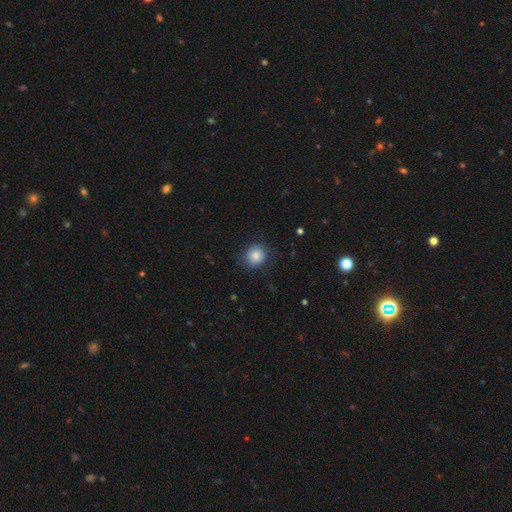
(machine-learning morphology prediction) A smooth galaxy with no disk features (84%) that is round (87%). Merging: none (82%).